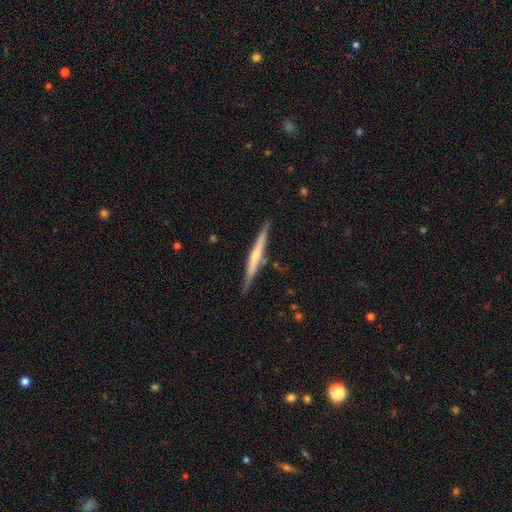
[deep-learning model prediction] smooth-or-featured: featured or disk: 58% | smooth: 37% | star or artifact: 6%
  disk-edge-on: yes: 97% | no: 3%
    edge-on-bulge: none: 48% | rounded: 44% | boxy: 9%
  merging: none: 85% | minor disturbance: 11% | merger: 3% | major disturbance: 2%